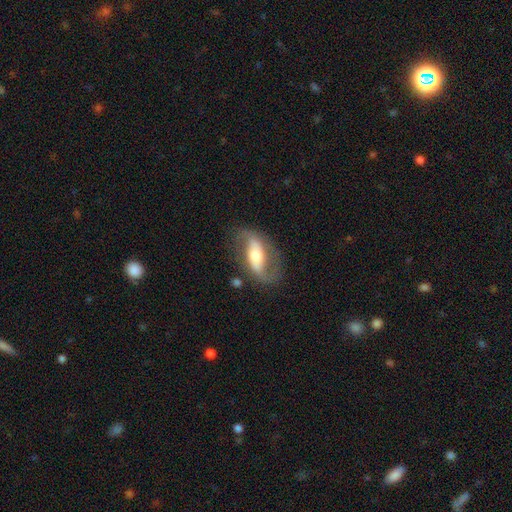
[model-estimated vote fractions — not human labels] This appears to be a featured or disk galaxy (77%) with a strong bar (45%), 2 (88%) loose (54%) spiral arms (88%) and a moderate central bulge (62%). Merging: none (72%).